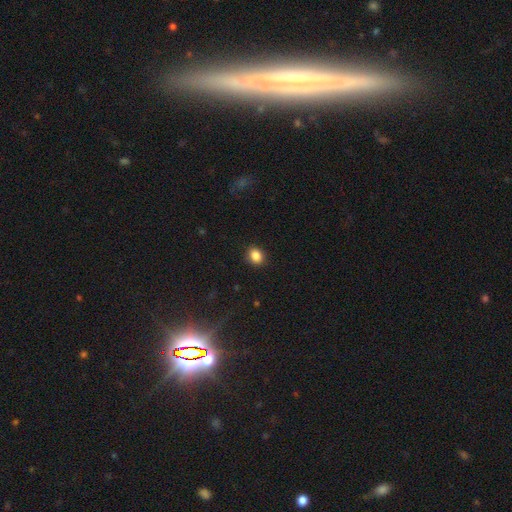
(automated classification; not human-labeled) A smooth galaxy with no disk features (86%) that is round (50%). Merging: none (89%).